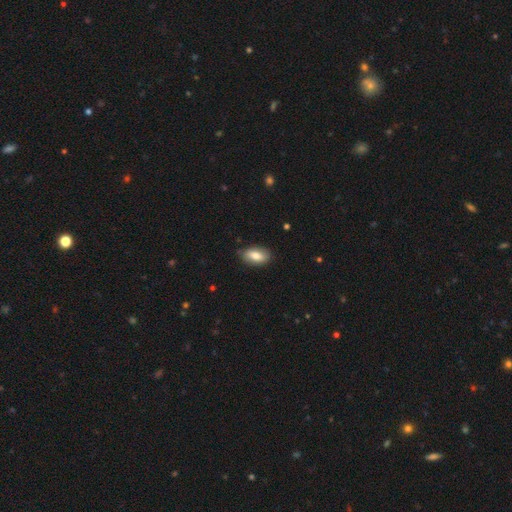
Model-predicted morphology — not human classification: The model was most divided on "smooth or featured": smooth: 80%, featured or disk: 13%, star or artifact: 7%. More confident: how rounded — in between (91%); merging — none (82%).